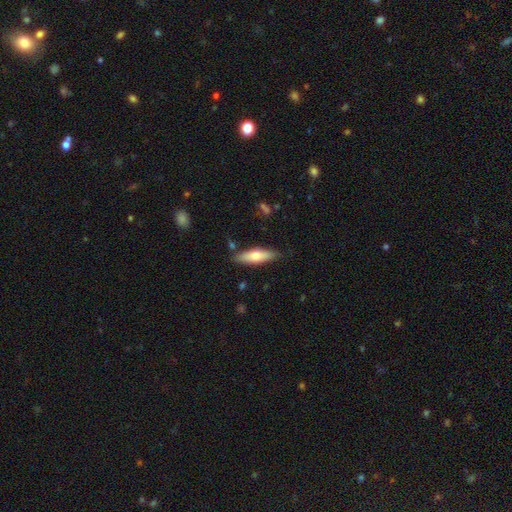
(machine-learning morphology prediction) A smooth galaxy with no disk features (64%) that is cigar-shaped (56%). Merging: none (82%).